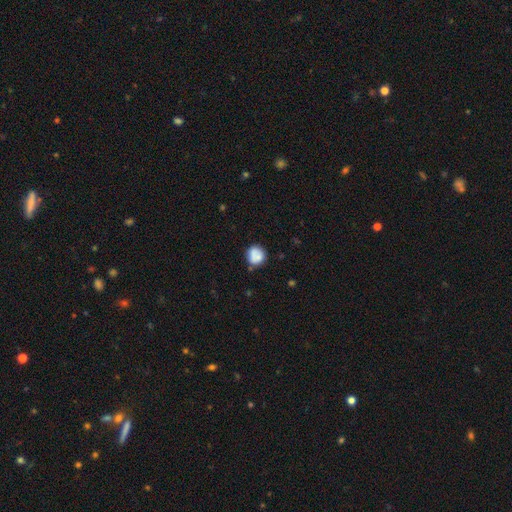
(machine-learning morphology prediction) This is likely a smooth galaxy (78%). How rounded: clearly round (85%). Merging: likely none (66%).